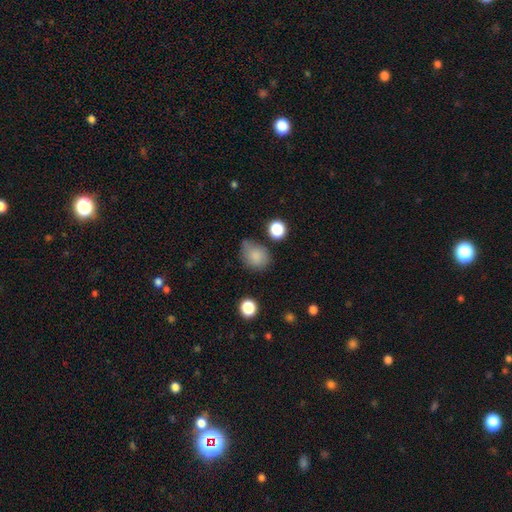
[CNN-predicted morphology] Smooth or featured? Predicted: smooth (p=0.82). How rounded? Predicted: round (p=0.51). Merging? Predicted: none (p=0.50).